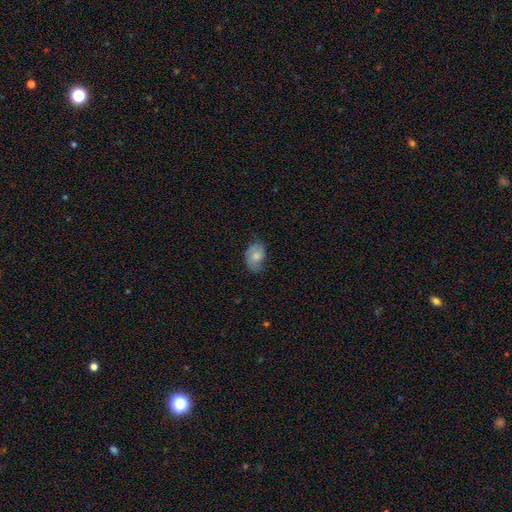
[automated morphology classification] Smooth or featured: smooth — 67% (featured or disk — 26%)
How rounded: in between — 81% (round — 17%)
Merging: none — 64% (minor disturbance — 28%)